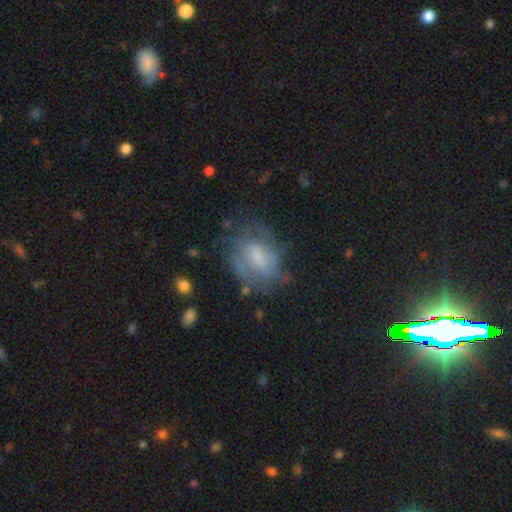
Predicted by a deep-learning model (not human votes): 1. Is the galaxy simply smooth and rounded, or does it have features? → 53% featured or disk, 38% smooth, 9% star or artifact.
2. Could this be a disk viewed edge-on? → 96% no, 4% yes.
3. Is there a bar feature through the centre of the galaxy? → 48% weak, 36% no, 16% strong.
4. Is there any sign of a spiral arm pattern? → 64% yes, 36% no.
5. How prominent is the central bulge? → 32% moderate, 28% none, 25% small, 13% large, 2% dominant.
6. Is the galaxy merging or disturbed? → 52% none, 25% minor disturbance, 20% major disturbance, 3% merger.